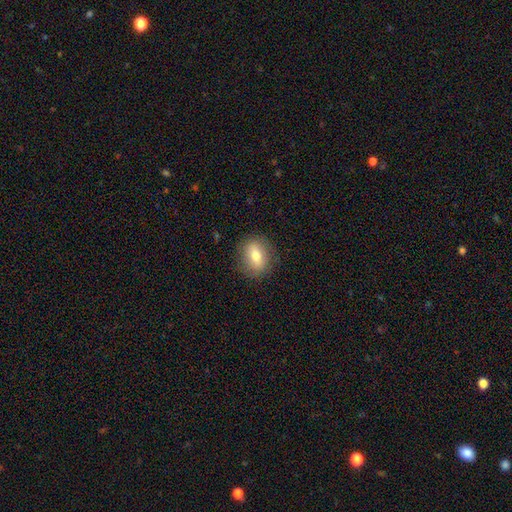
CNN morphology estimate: Smooth or featured?
  - smooth: 67% *
  - featured or disk: 25%
  - star or artifact: 8%
How rounded?
  - in between: 62% *
  - round: 34%
  - cigar-shaped: 5%
Merging?
  - none: 86% *
  - minor disturbance: 10%
  - major disturbance: 3%
  - merger: 1%